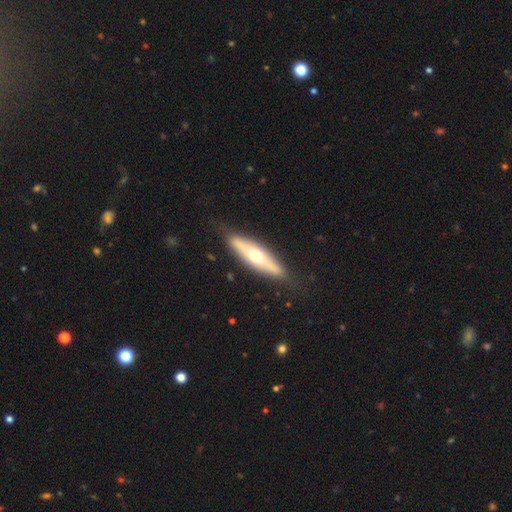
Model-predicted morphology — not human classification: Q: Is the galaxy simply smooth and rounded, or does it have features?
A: featured or disk — 54%.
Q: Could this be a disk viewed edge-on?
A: yes — 68%.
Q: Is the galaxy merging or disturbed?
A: none — 81%.